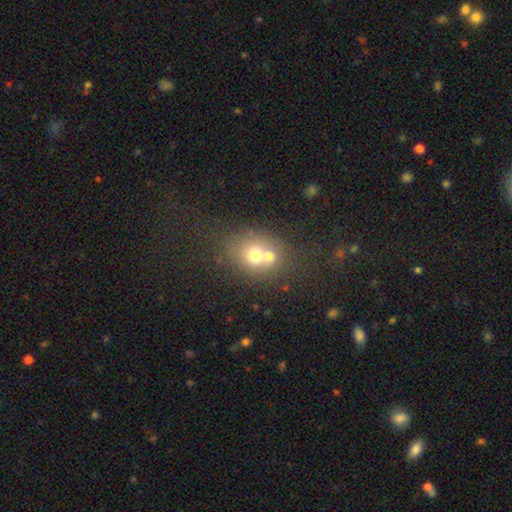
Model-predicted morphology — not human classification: smooth 64%, featured or disk 22%, star or artifact 13%. Down the decision tree: how rounded — round (65%); merging — merger (57%).